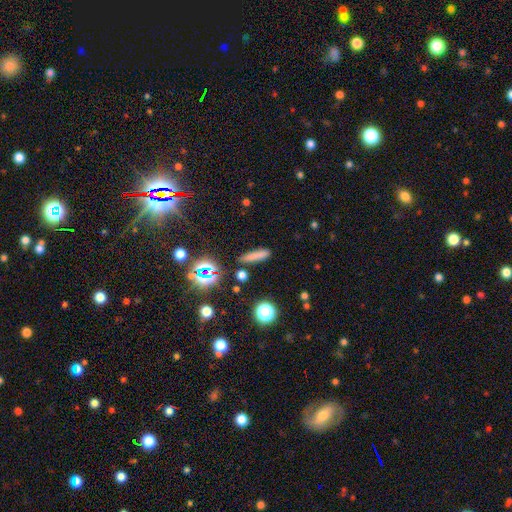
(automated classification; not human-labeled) This appears to be a smooth galaxy with no disk features (72%) that is cigar-shaped (83%). Merging: none (83%).